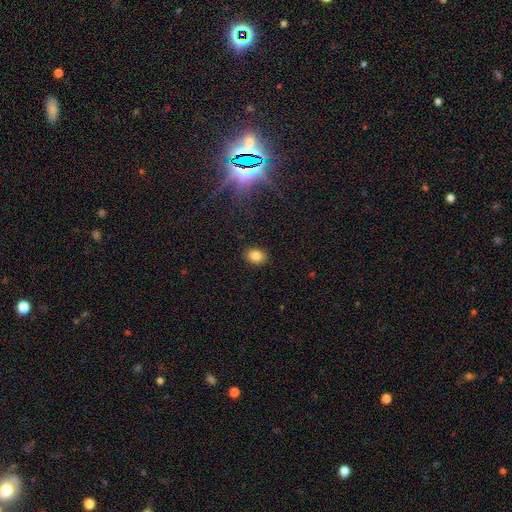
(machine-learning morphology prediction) smooth-or-featured: smooth: 84% | star or artifact: 11% | featured or disk: 6%
  how-rounded: in between: 60% | round: 39% | cigar-shaped: 1%
  merging: none: 88% | minor disturbance: 8% | major disturbance: 2% | merger: 1%